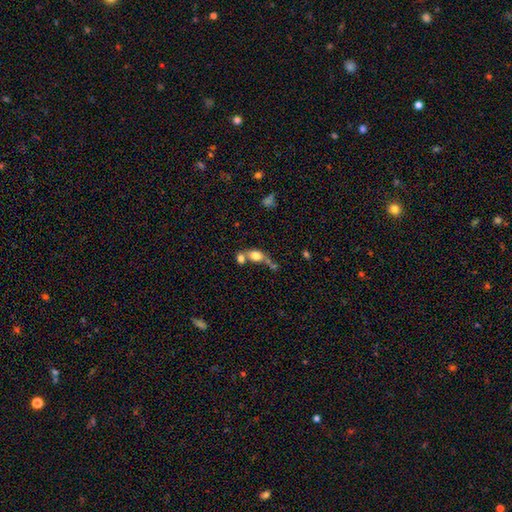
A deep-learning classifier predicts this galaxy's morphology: Smooth or featured?
  - smooth: 74% *
  - featured or disk: 16%
  - star or artifact: 10%
How rounded?
  - in between: 67% *
  - round: 28%
  - cigar-shaped: 5%
Merging?
  - merger: 54% *
  - none: 29%
  - minor disturbance: 10%
  - major disturbance: 7%